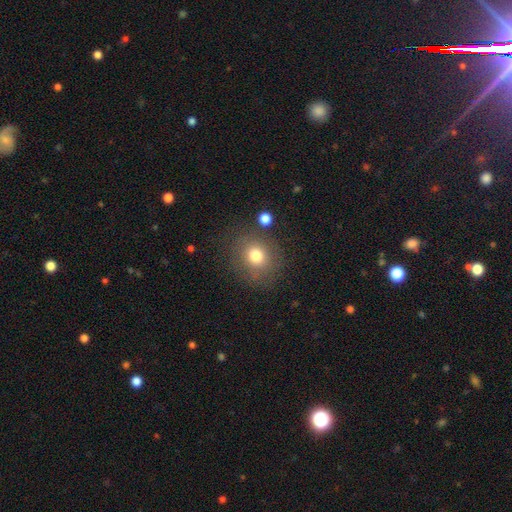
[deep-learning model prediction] smooth_or_featured: smooth (p=0.77) [alt: star or artifact p=0.12]
how_rounded: round (p=0.77) [alt: in between p=0.22]
merging: none (p=0.78) [alt: minor disturbance p=0.13]